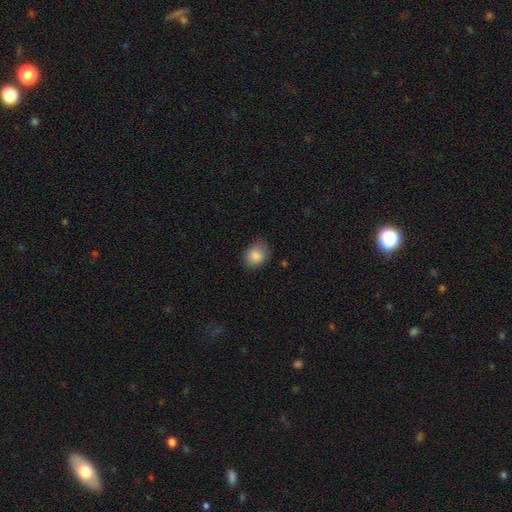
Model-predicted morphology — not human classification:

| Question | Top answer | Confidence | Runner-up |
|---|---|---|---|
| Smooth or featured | smooth | 86% | star or artifact (8%) |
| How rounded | in between | 51% | round (48%) |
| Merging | none | 69% | minor disturbance (24%) |